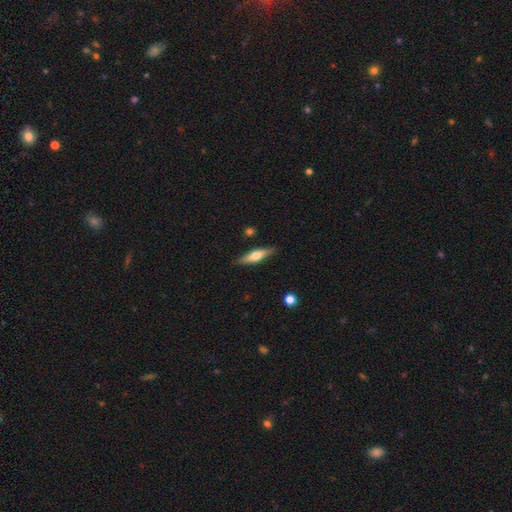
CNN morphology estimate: Overall: featured or disk (50%; smooth 44%). Merging: none (85%).